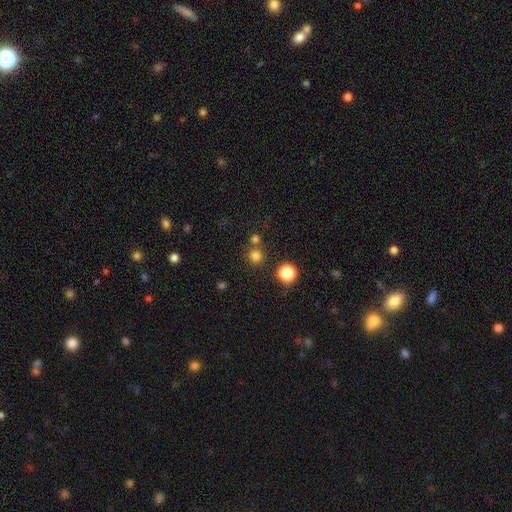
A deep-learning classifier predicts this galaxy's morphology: smooth 76%, star or artifact 18%, featured or disk 6%. Down the decision tree: how rounded — round (94%); merging — none (74%).